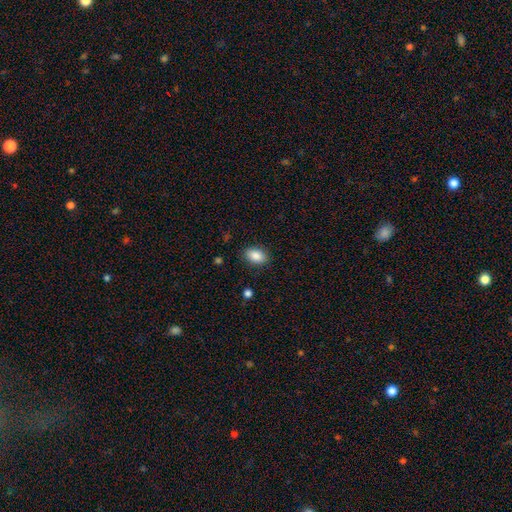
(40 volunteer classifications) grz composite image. It shows a smooth galaxy with no disk features (95%) that is in between round and cigar-shaped (92%). Merging: none (87%).